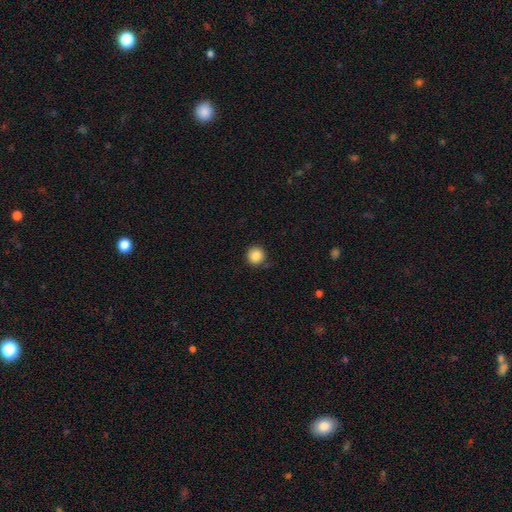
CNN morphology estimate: A smooth galaxy with no disk features (86%) that is round (94%). Merging: none (86%).